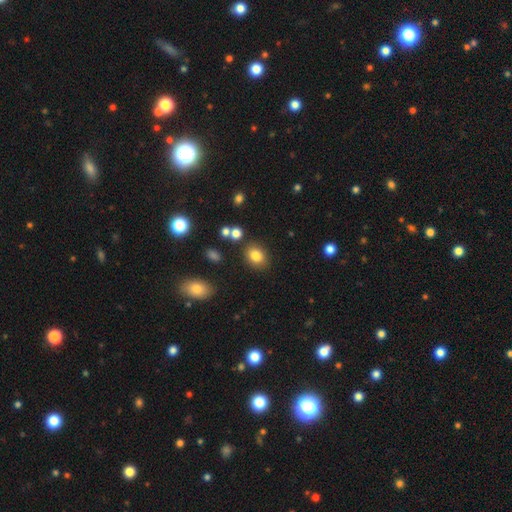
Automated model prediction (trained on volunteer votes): smooth_or_featured: smooth (p=0.82) [alt: star or artifact p=0.11]
how_rounded: in between (p=0.53) [alt: round p=0.45]
merging: none (p=0.82) [alt: minor disturbance p=0.10]